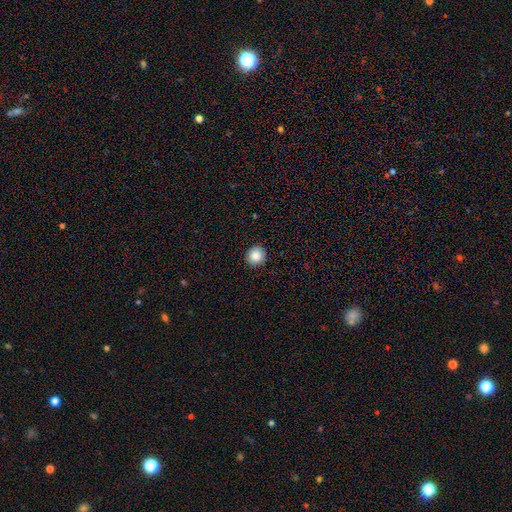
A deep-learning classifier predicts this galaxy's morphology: This appears to be a smooth galaxy with no disk features (87%) that is round (89%). Merging: none (91%).